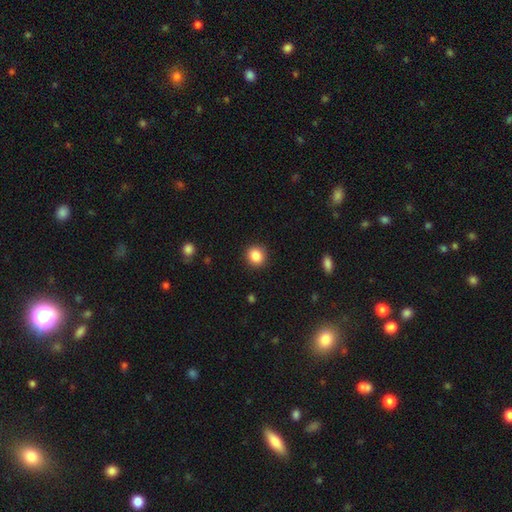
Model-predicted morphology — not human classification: A smooth galaxy with no disk features (87%) that is round (85%).

Vote fractions:
- Smooth or featured? smooth: 87% / star or artifact: 9% / featured or disk: 4%
- How rounded? round: 85% / in between: 14% / cigar-shaped: 1%
- Merging? none: 90% / minor disturbance: 6% / major disturbance: 2% / merger: 1%